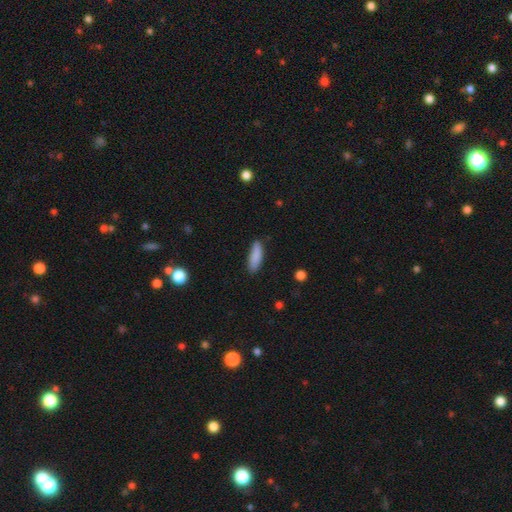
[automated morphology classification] smooth-or-featured: smooth: 88% | star or artifact: 6% | featured or disk: 6%
  how-rounded: cigar-shaped: 52% | in between: 46% | round: 2%
  merging: none: 84% | minor disturbance: 13% | major disturbance: 2% | merger: 1%